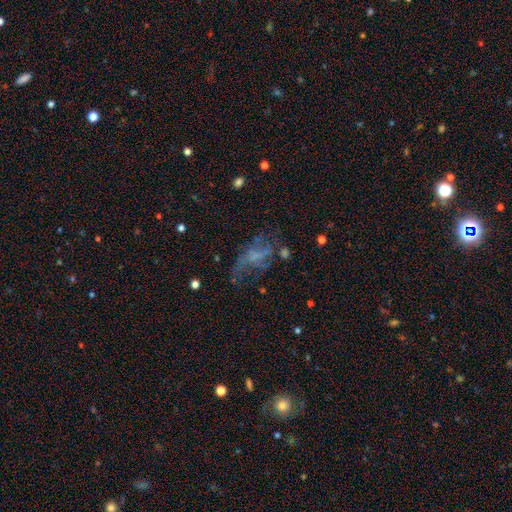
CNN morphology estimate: Smooth or featured: featured or disk — 52% (smooth — 27%)
Edge-on disk: no — 94% (yes — 6%)
Merging: major disturbance — 41% (none — 35%)